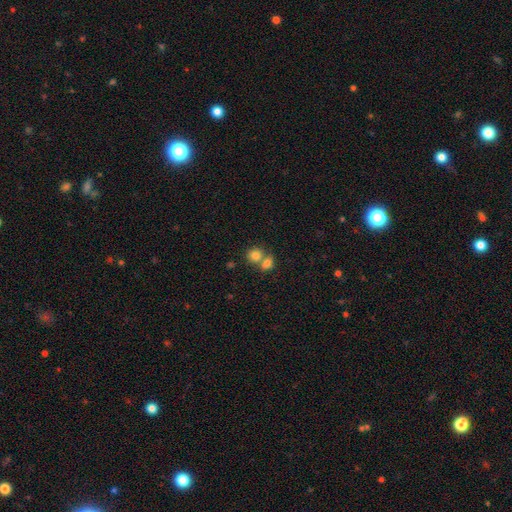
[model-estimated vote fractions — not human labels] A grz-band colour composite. It shows a smooth galaxy with no disk features (80%) that is round (71%). Merging: merger (55%).